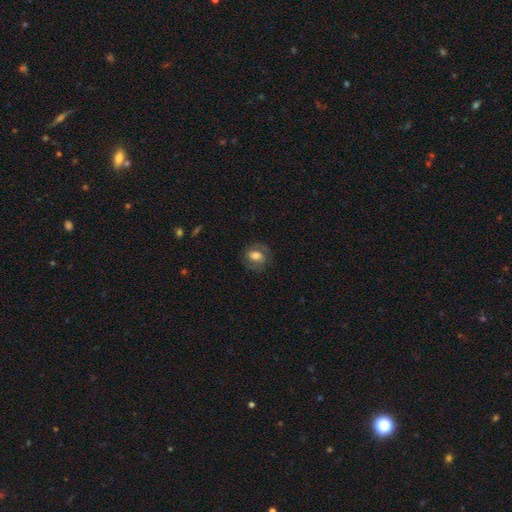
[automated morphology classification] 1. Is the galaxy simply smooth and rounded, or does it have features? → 58% smooth, 33% featured or disk, 9% star or artifact.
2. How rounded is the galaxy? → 52% in between, 46% round, 2% cigar-shaped.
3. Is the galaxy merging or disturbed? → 73% none, 17% minor disturbance, 9% major disturbance, 1% merger.